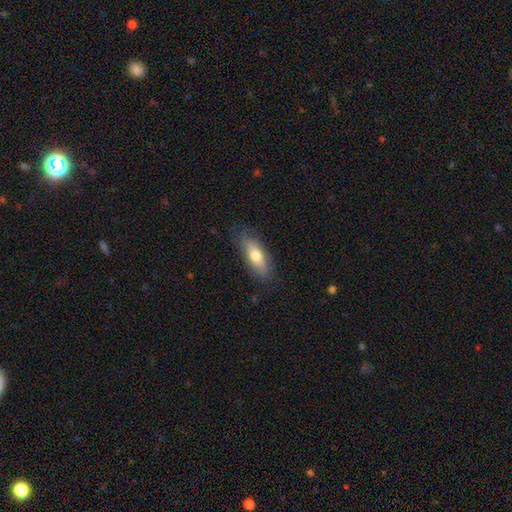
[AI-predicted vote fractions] Smooth or featured? Predicted: smooth (p=0.66). How rounded? Predicted: in between (p=0.69). Merging? Predicted: none (p=0.77).